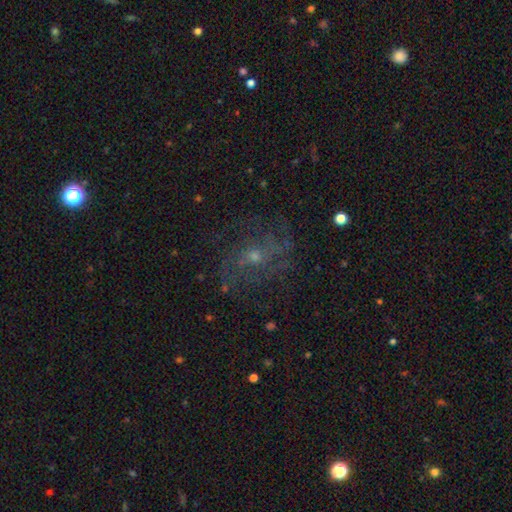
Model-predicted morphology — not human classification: Smooth or featured: featured or disk — 68% (smooth — 16%)
Edge-on disk: no — 96% (yes — 4%)
Bar: no — 71% (weak — 24%)
Spiral arms: yes — 81% (no — 19%)
Spiral winding: medium — 45% (loose — 31%)
Spiral arm count: can't tell — 36% (2 — 28%)
Bulge size: small — 63% (moderate — 31%)
Merging: none — 66% (minor disturbance — 17%)